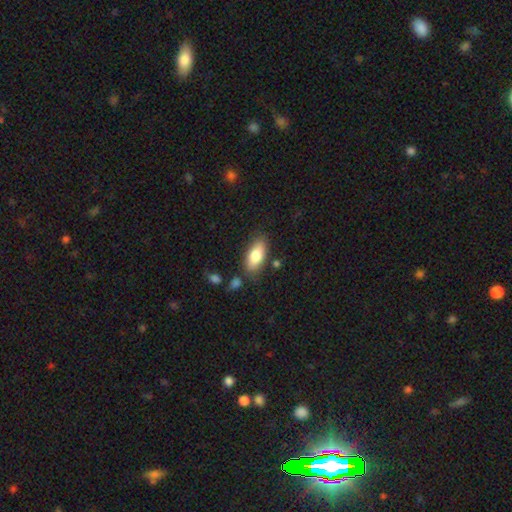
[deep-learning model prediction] Smooth or featured: smooth — 80% (featured or disk — 13%)
How rounded: in between — 84% (cigar-shaped — 13%)
Merging: none — 78% (minor disturbance — 14%)